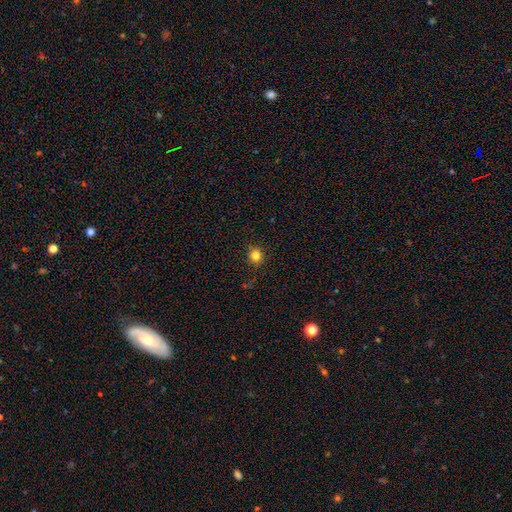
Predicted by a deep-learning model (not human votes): Smooth or featured: smooth — 81% (star or artifact — 14%)
How rounded: round — 88% (in between — 11%)
Merging: none — 88% (minor disturbance — 8%)